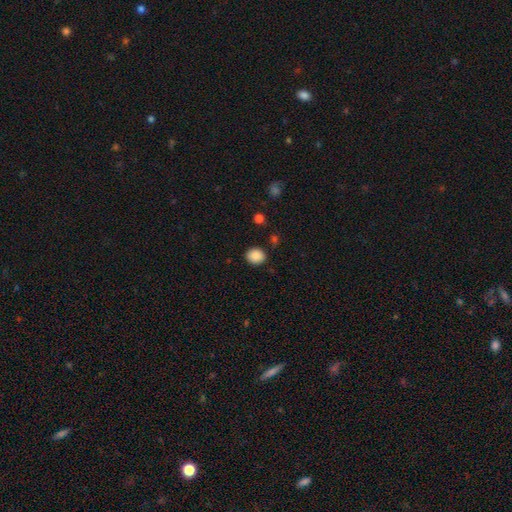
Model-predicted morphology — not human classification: Q: Smooth or featured?
A: smooth (88%); runner-up: star or artifact (9%)
Q: How rounded?
A: round (60%); runner-up: in between (39%)
Q: Merging?
A: none (86%); runner-up: minor disturbance (9%)